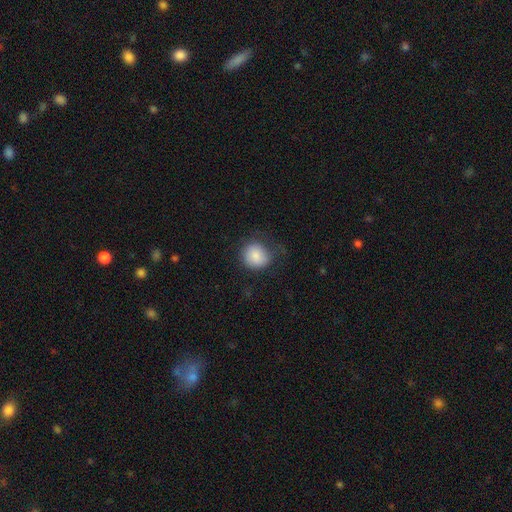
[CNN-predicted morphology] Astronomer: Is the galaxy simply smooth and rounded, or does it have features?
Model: smooth — 84%.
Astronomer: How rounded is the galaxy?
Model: round — 84%.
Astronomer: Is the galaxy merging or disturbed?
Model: none — 65%.